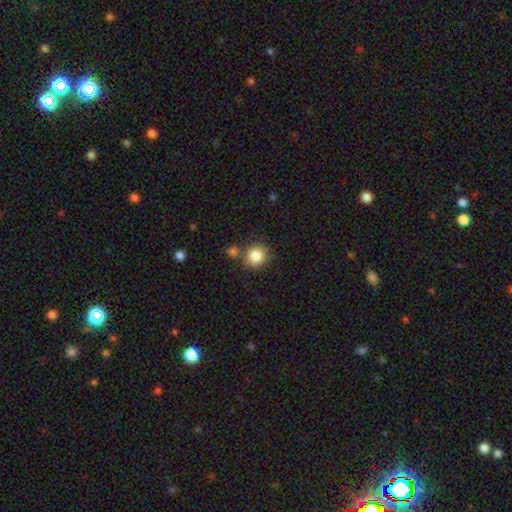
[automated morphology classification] A smooth galaxy with no disk features (85%) that is round (87%). Merging: none (75%).